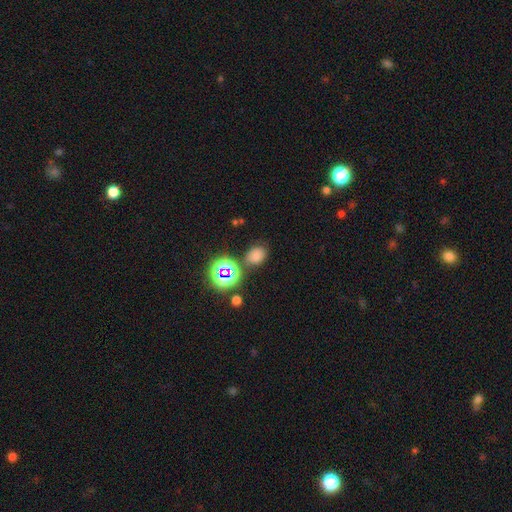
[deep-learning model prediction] A smooth galaxy with no disk features (67%) that is in between round and cigar-shaped (59%). Merging: none (73%).